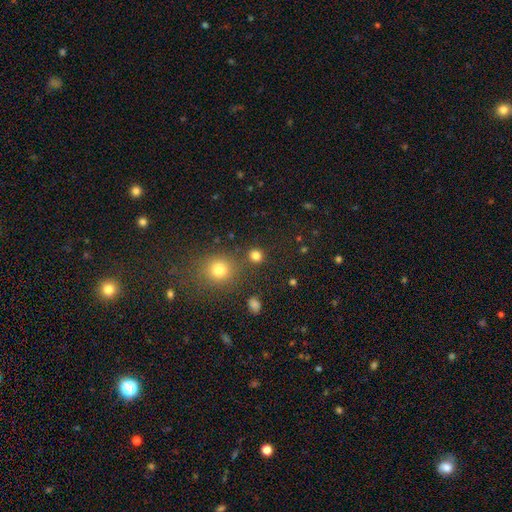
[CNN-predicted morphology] Smooth or featured? smooth (79%)
How rounded? round (89%)
Merging? none (81%)